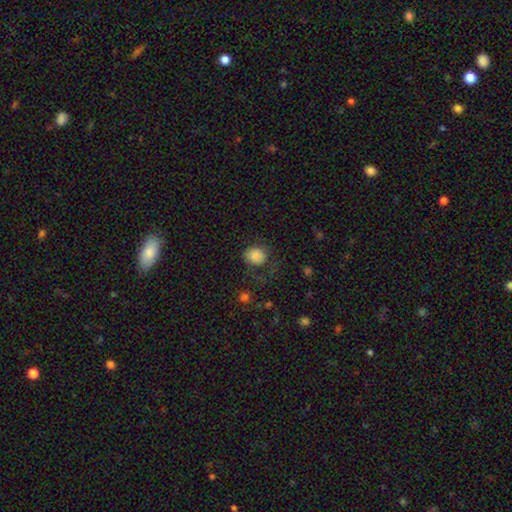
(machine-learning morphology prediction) This appears to be a smooth galaxy with no disk features (83%) that is round (68%). Merging: none (61%).